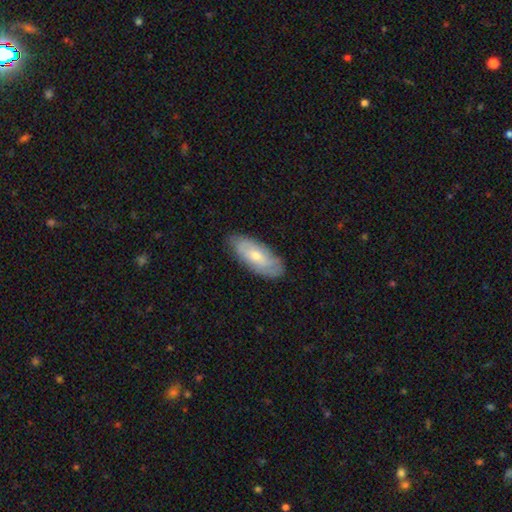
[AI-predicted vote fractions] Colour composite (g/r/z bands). It shows a smooth galaxy with no disk features (53%) that is in between round and cigar-shaped (81%). Merging: none (83%).